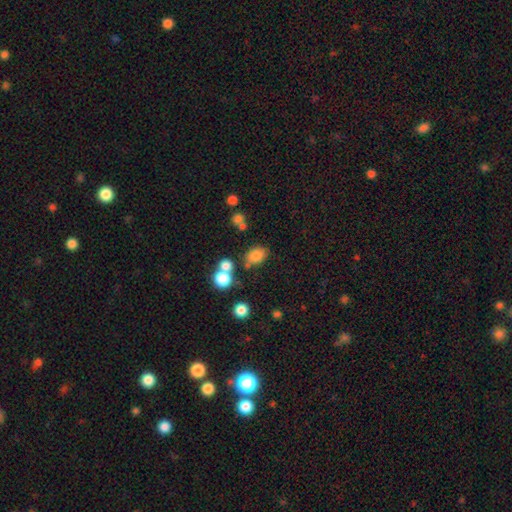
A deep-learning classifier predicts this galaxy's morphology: This is likely a smooth galaxy (79%). How rounded: likely in between (67%). Merging: likely none (65%).